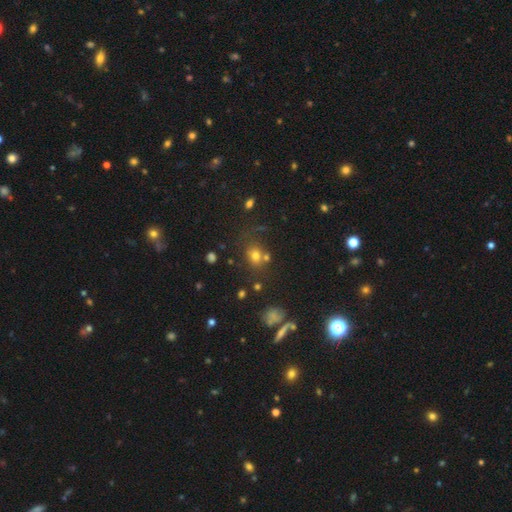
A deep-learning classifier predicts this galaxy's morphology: A smooth galaxy with no disk features (69%) that is round (54%).

Vote fractions:
- Smooth or featured? smooth: 69% / star or artifact: 19% / featured or disk: 12%
- How rounded? round: 54% / in between: 44% / cigar-shaped: 1%
- Merging? none: 59% / merger: 19% / minor disturbance: 15% / major disturbance: 8%